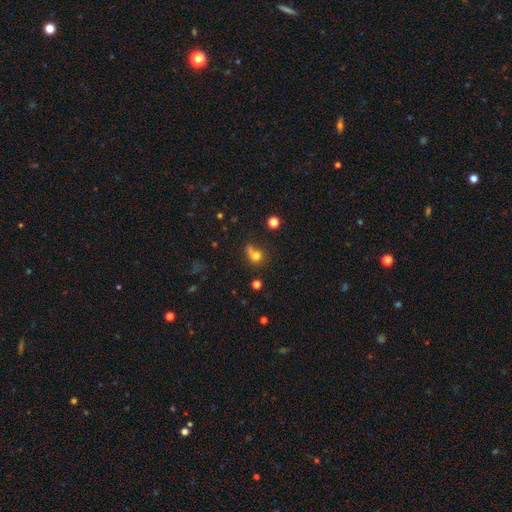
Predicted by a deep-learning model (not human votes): Smooth or featured? Predicted: smooth (p=0.72). How rounded? Predicted: round (p=0.76). Merging? Predicted: none (p=0.44).